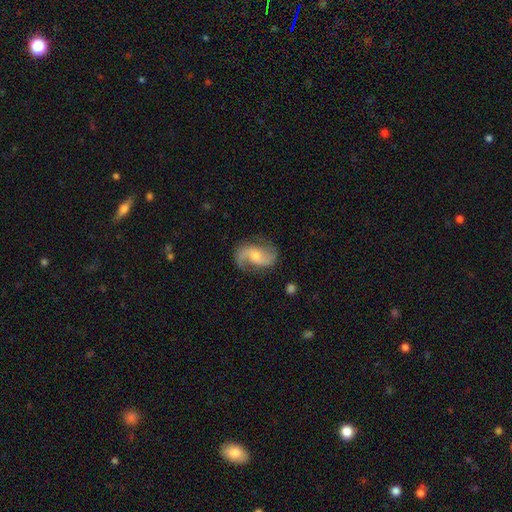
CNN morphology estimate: type=featured or disk (84%); edge-on=no (98%); bar=no (51%); spiral arms=yes (97%); winding=loose (51%); arm count=2 (89%); bulge=moderate (52%); merging=none (76%).